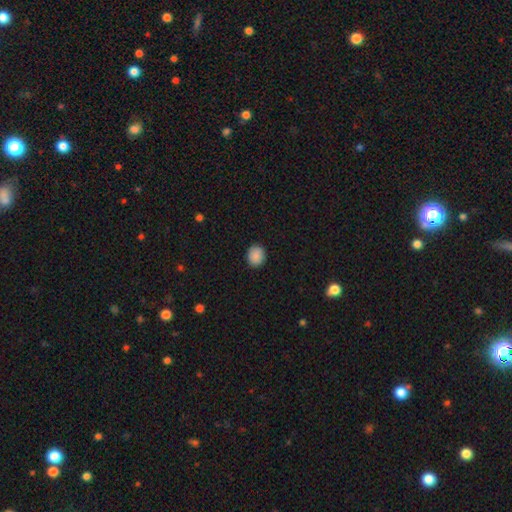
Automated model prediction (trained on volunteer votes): Q: Smooth or featured?
A: smooth (89%); runner-up: star or artifact (8%)
Q: How rounded?
A: round (70%); runner-up: in between (29%)
Q: Merging?
A: none (90%); runner-up: minor disturbance (7%)